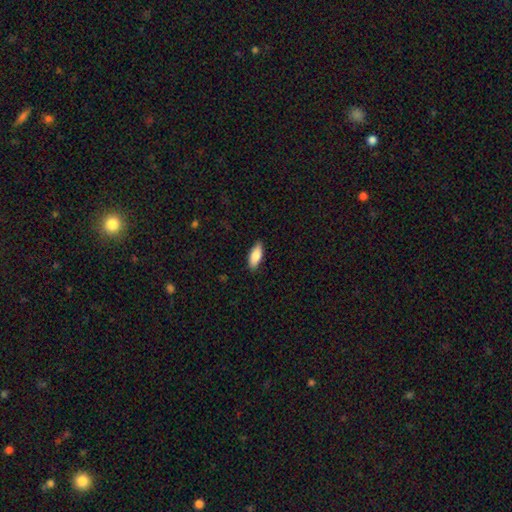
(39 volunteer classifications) Q: Smooth or featured?
A: smooth (85%); runner-up: featured or disk (8%)
Q: How rounded?
A: in between (67%); runner-up: cigar-shaped (33%)
Q: Merging?
A: none (94%); runner-up: major disturbance (6%)